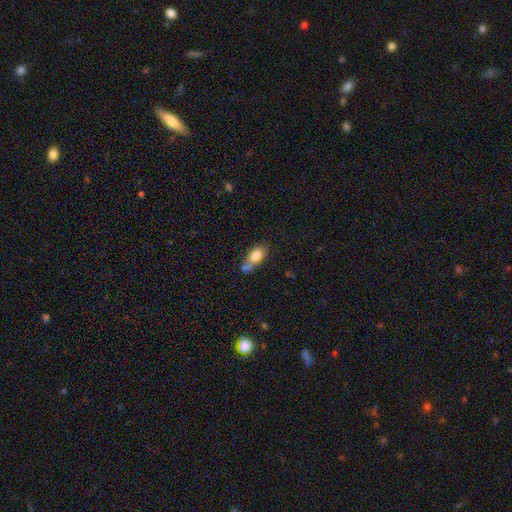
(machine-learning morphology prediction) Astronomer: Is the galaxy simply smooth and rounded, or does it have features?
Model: smooth — 77%.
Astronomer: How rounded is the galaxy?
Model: in between — 82%.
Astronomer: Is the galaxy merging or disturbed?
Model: none — 38% (runner-up: merger, 33%).